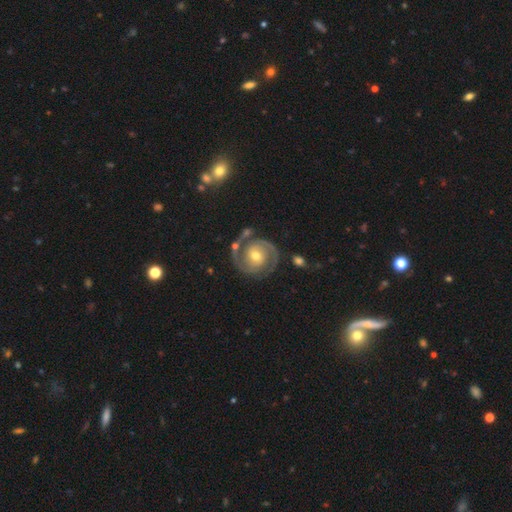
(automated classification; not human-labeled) A featured or disk galaxy (89%) with no bar (58%), 2 (93%) tight (52%) spiral arms (98%) and a moderate central bulge (65%). Merging: none (79%).